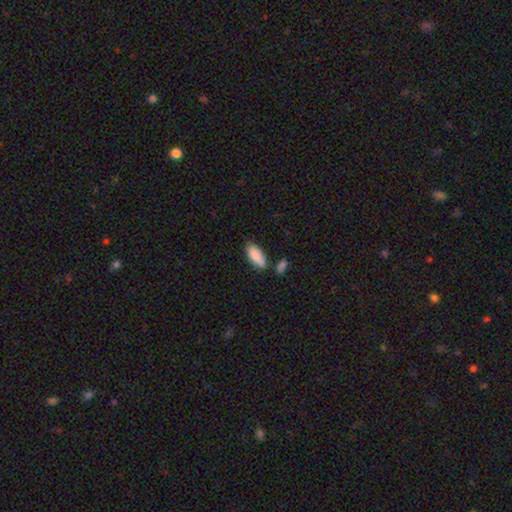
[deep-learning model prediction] Q: Smooth or featured?
A: smooth (87%); runner-up: featured or disk (7%)
Q: How rounded?
A: in between (85%); runner-up: cigar-shaped (13%)
Q: Merging?
A: none (66%); runner-up: minor disturbance (19%)